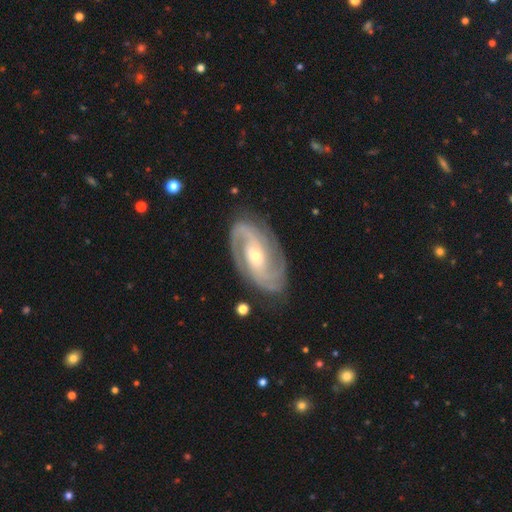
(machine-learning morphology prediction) featured or disk 91%, smooth 5%, star or artifact 5%. Down the decision tree: edge-on disk — no (96%); bar — no (42%); spiral arms — yes (98%); spiral arm count — 2 (64%); spiral winding — tight (49%); bulge size — small (58%); merging — none (80%).